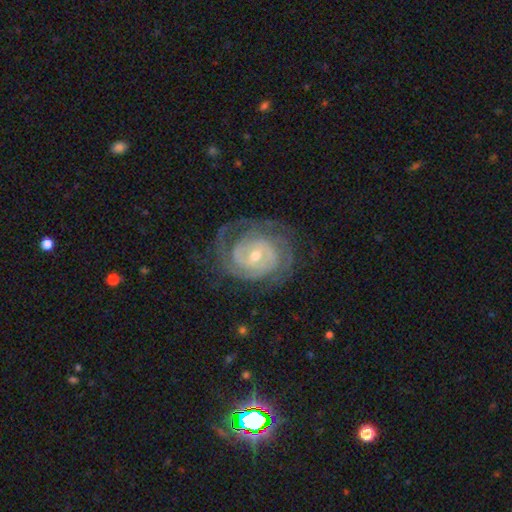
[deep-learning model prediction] This is clearly a featured or disk galaxy (89%). It is clearly not viewed edge-on (97%). Bar: marginally no (45%). Spiral arm pattern: clearly yes (96%). Spiral arm count: marginally 2 (35%). Spiral winding: likely tight (71%). Central bulge: possibly small (51%). Merging: likely none (69%).